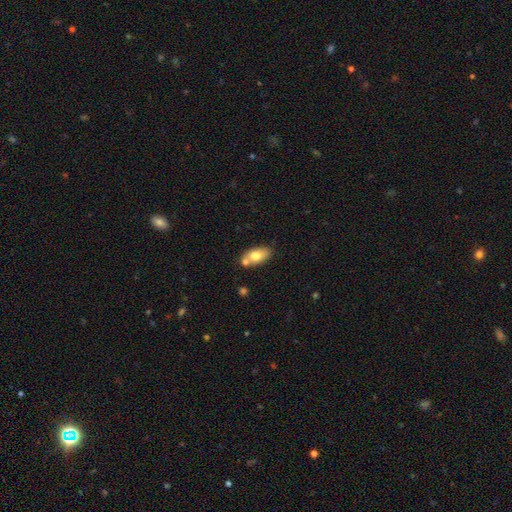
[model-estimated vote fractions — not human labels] This appears to be a smooth galaxy with no disk features (73%) that is in between round and cigar-shaped (89%). Merging: none (59%).